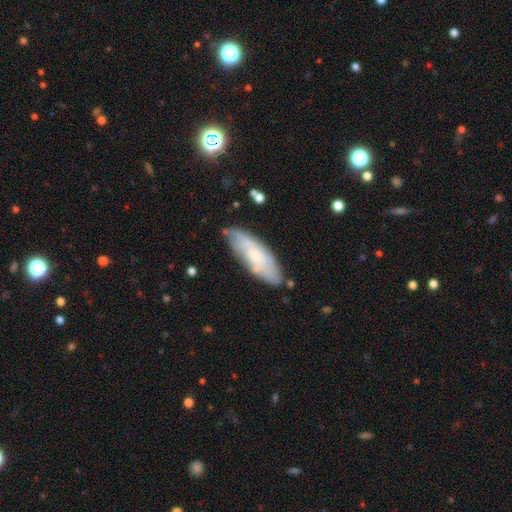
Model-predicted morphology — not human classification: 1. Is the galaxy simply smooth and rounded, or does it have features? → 48% featured or disk, 45% smooth, 7% star or artifact.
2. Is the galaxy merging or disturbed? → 71% none, 22% minor disturbance, 5% major disturbance, 2% merger.